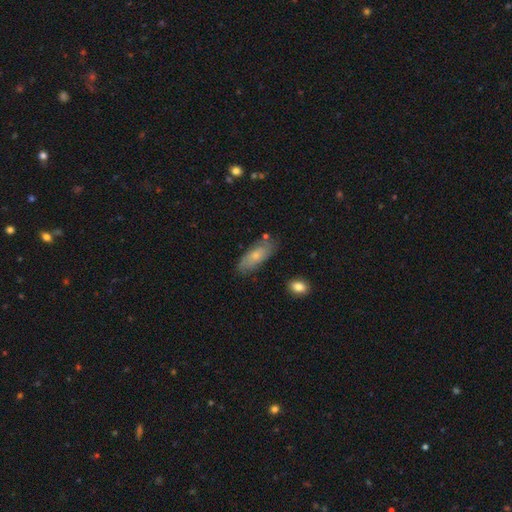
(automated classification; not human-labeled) Smooth or featured? smooth (61%)
How rounded? in between (79%)
Merging? none (75%)